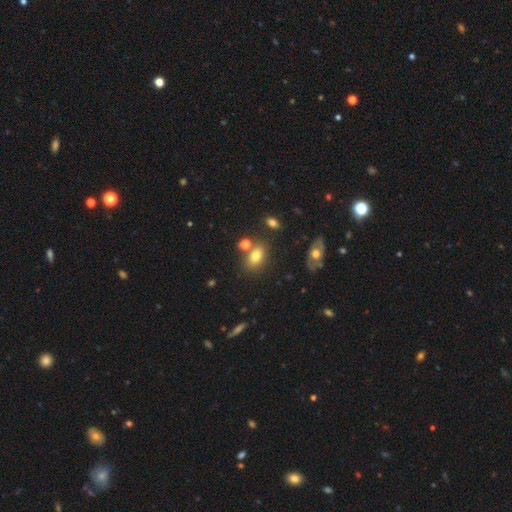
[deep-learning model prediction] The model was most divided on "merging": none: 68%, merger: 15%, minor disturbance: 13%, major disturbance: 4%. More confident: how rounded — in between (79%); smooth or featured — smooth (75%).